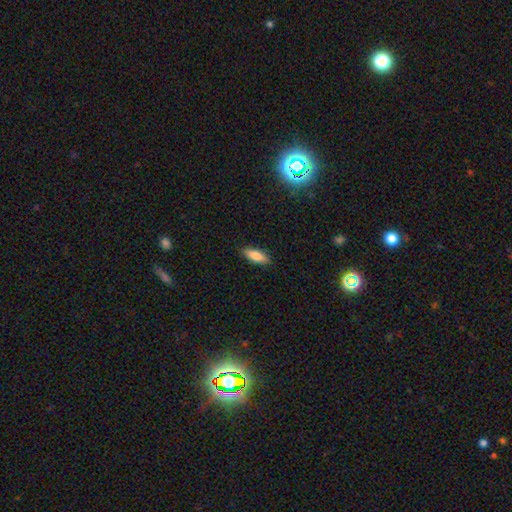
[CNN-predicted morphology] smooth-or-featured: smooth: 81% | featured or disk: 13% | star or artifact: 6%
  how-rounded: in between: 64% | cigar-shaped: 34% | round: 2%
  merging: none: 88% | minor disturbance: 9% | major disturbance: 2% | merger: 1%